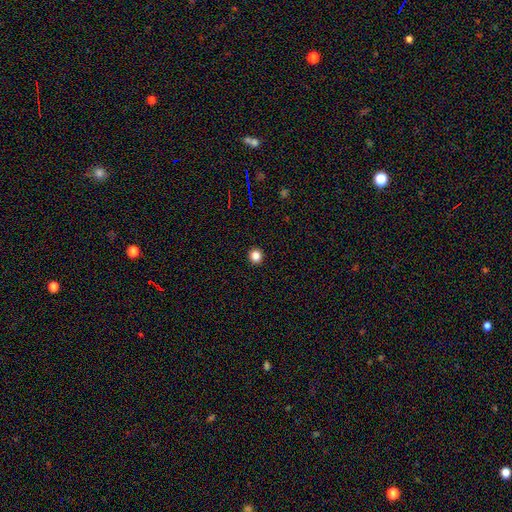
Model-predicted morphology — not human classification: Q: Smooth or featured?
A: smooth (84%); runner-up: star or artifact (12%)
Q: How rounded?
A: round (93%); runner-up: in between (6%)
Q: Merging?
A: none (94%); runner-up: minor disturbance (4%)